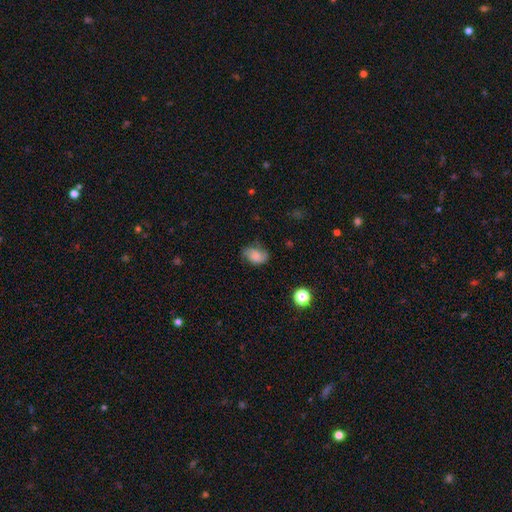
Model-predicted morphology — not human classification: Smooth or featured?
  - smooth: 66% *
  - featured or disk: 23%
  - star or artifact: 10%
How rounded?
  - in between: 77% *
  - round: 22%
  - cigar-shaped: 1%
Merging?
  - none: 64% *
  - minor disturbance: 26%
  - major disturbance: 8%
  - merger: 2%